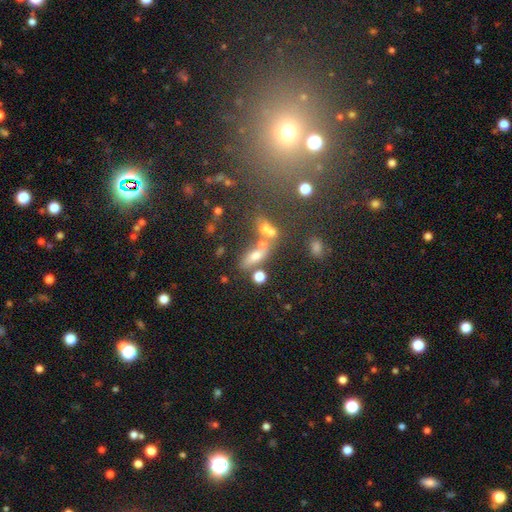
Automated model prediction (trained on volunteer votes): A smooth galaxy with no disk features (56%) that is in between round and cigar-shaped (60%).

Vote fractions:
- Smooth or featured? smooth: 56% / featured or disk: 25% / star or artifact: 19%
- How rounded? in between: 60% / cigar-shaped: 27% / round: 13%
- Merging? none: 40% / merger: 39% / minor disturbance: 12% / major disturbance: 9%